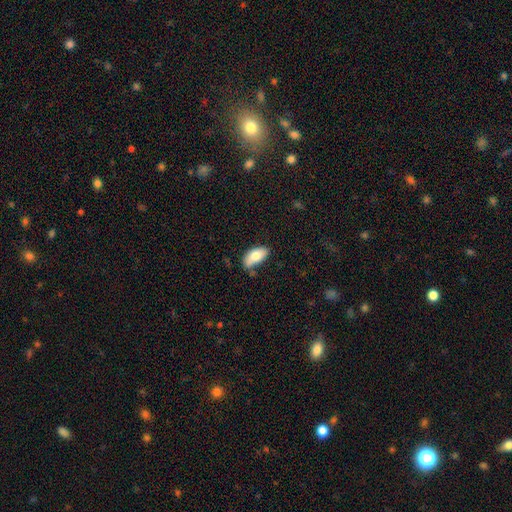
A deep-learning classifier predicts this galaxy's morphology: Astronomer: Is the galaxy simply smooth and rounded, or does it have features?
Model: smooth — 77%.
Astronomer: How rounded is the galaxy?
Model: in between — 93%.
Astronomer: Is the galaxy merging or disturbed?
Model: none — 62%.